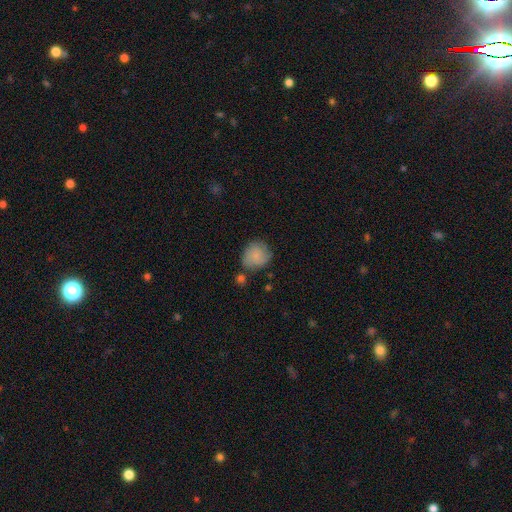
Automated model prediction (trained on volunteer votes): This is clearly a smooth galaxy (81%). How rounded: likely round (76%). Merging: possibly none (58%).